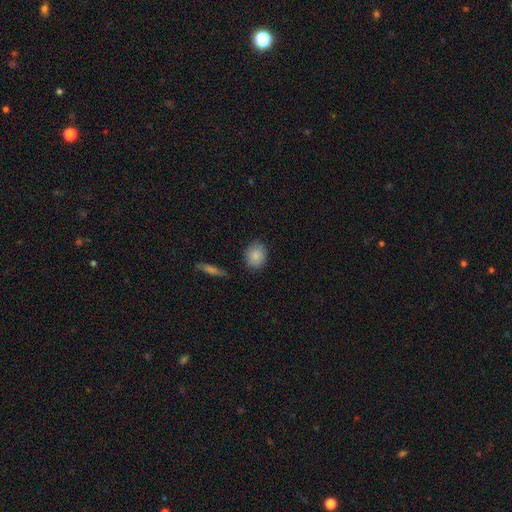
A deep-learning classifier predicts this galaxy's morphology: Smooth or featured? Predicted: smooth (p=0.87). How rounded? Predicted: round (p=0.70). Merging? Predicted: none (p=0.83).